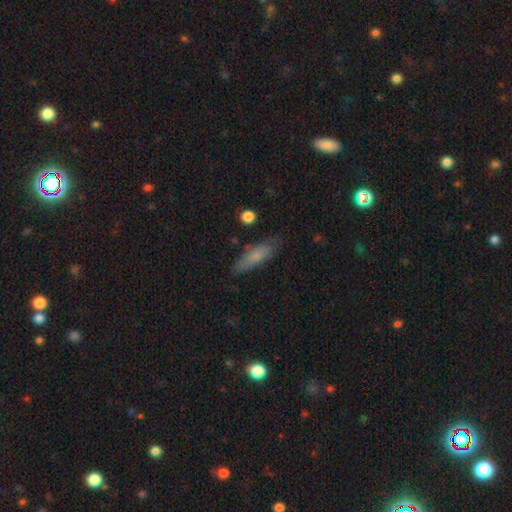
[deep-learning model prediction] Smooth or featured? Predicted: smooth (p=0.73). How rounded? Predicted: cigar-shaped (p=0.58). Merging? Predicted: none (p=0.77).